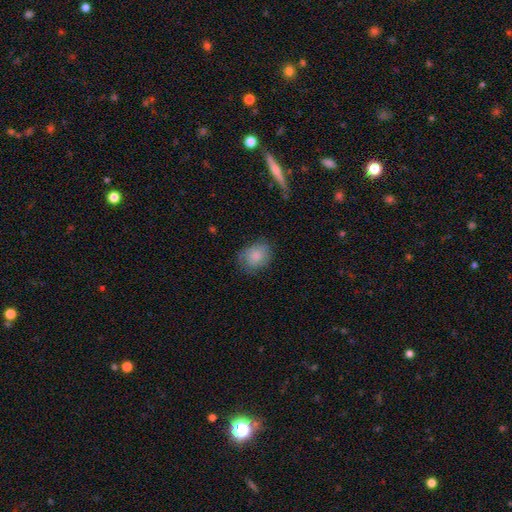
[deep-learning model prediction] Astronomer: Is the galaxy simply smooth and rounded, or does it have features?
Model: smooth — 78%.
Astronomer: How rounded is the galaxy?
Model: in between — 53% (runner-up: round, 46%).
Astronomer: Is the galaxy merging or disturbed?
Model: none — 69%.